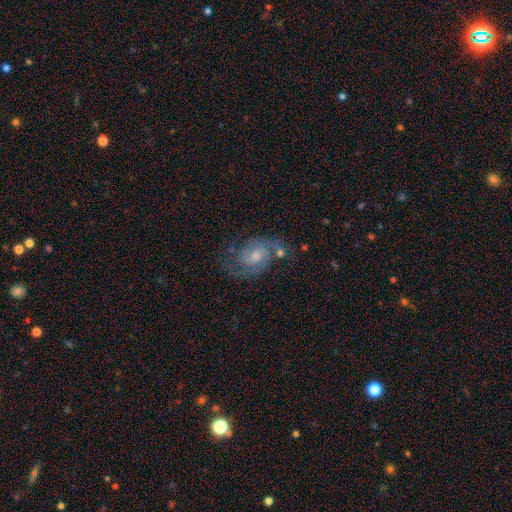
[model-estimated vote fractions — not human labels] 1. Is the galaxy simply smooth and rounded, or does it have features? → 83% featured or disk, 10% smooth, 7% star or artifact.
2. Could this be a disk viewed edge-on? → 97% no, 3% yes.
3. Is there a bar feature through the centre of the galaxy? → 58% no, 36% weak, 5% strong.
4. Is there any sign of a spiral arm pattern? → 95% yes, 5% no.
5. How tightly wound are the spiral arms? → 52% medium, 26% tight, 22% loose.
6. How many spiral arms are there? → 87% 2, 6% can't tell, 3% 3, 2% 1, 1% 4, 1% more than 4.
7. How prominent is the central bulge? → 47% moderate, 44% small, 4% large, 4% none, 1% dominant.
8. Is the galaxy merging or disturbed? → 61% none, 18% minor disturbance, 12% major disturbance, 9% merger.